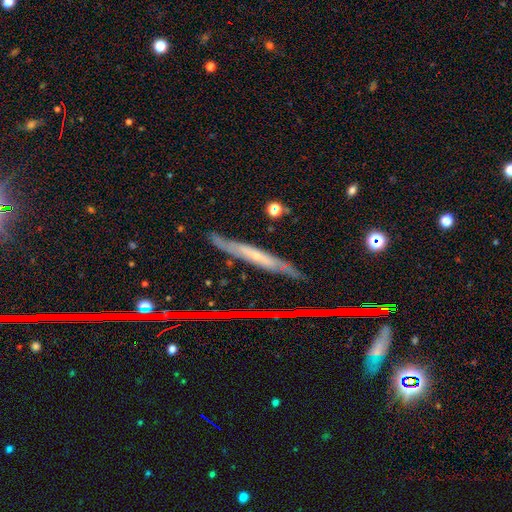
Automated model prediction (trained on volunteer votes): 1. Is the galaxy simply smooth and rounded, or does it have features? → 61% featured or disk, 26% smooth, 13% star or artifact.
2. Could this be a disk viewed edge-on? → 75% yes, 25% no.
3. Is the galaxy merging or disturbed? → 75% none, 19% minor disturbance, 4% major disturbance, 3% merger.